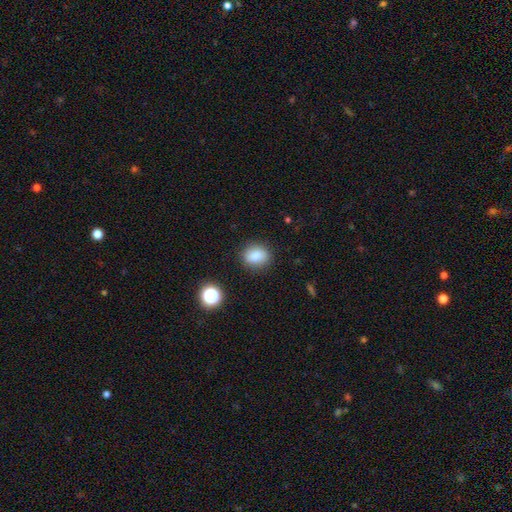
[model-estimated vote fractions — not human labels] Q: Smooth or featured?
A: smooth (83%); runner-up: star or artifact (11%)
Q: How rounded?
A: round (57%); runner-up: in between (42%)
Q: Merging?
A: none (84%); runner-up: minor disturbance (11%)